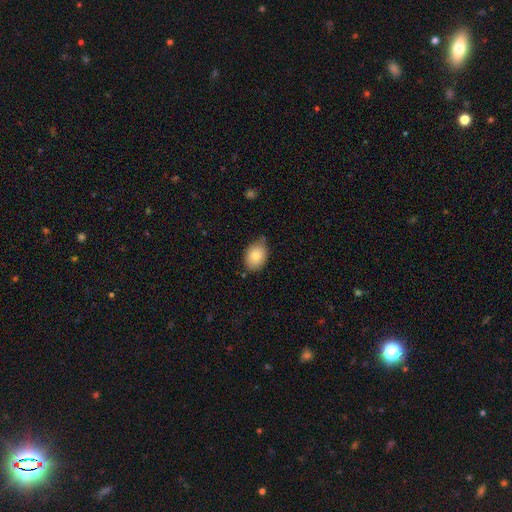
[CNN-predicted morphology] The model was most divided on "merging": none: 68%, minor disturbance: 25%, major disturbance: 4%, merger: 3%. More confident: smooth or featured — smooth (83%); how rounded — in between (73%).